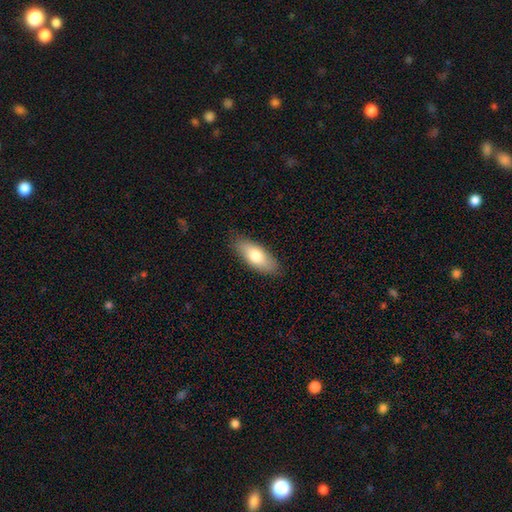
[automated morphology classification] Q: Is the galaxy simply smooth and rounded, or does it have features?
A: smooth — 74%.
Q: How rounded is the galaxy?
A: in between — 79%.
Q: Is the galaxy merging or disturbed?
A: none — 84%.